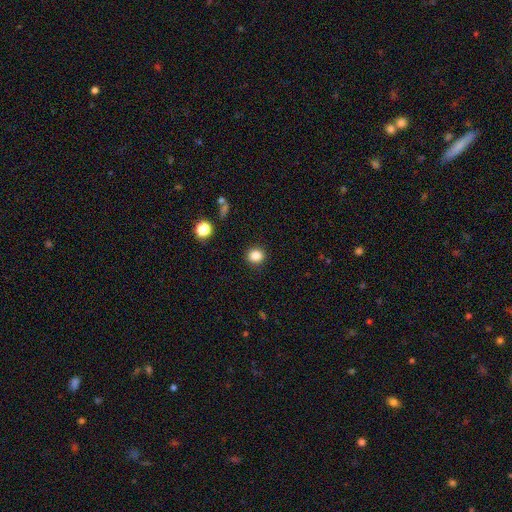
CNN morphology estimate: smooth 85%, star or artifact 11%, featured or disk 4%. Down the decision tree: how rounded — round (84%); merging — none (91%).